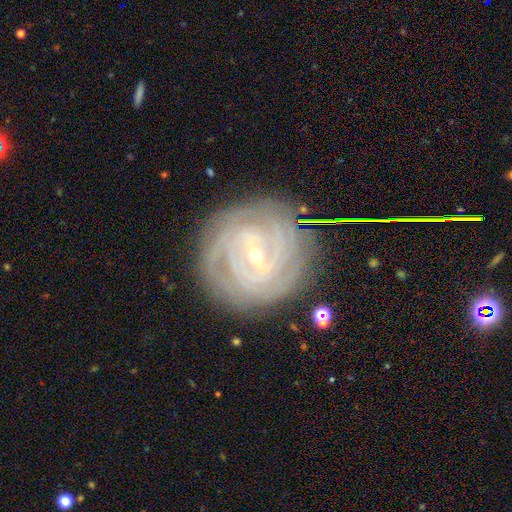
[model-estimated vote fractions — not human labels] Morphology: type=featured or disk (88%); edge-on=no (97%); bar=weak (43%); spiral arms=yes (97%); winding=tight (83%); arm count=4 (27%); bulge=small (70%); merging=none (82%).